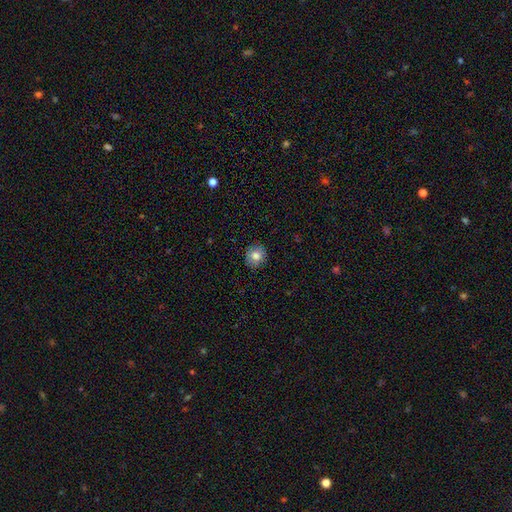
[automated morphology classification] The model was most divided on "smooth or featured": smooth: 79%, featured or disk: 12%, star or artifact: 9%. More confident: merging — none (88%); how rounded — round (83%).